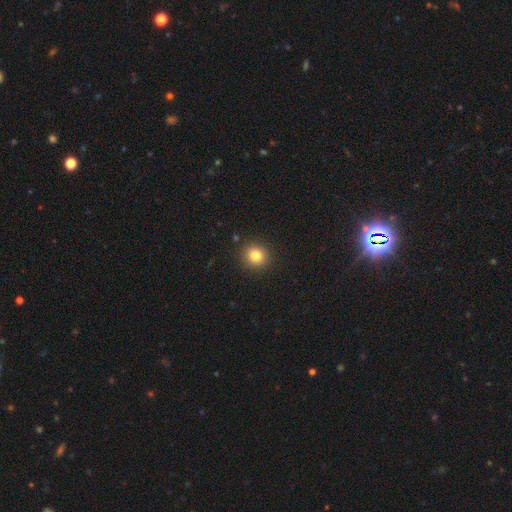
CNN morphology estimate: This appears to be a smooth galaxy with no disk features (81%) that is round (88%). Merging: none (91%).